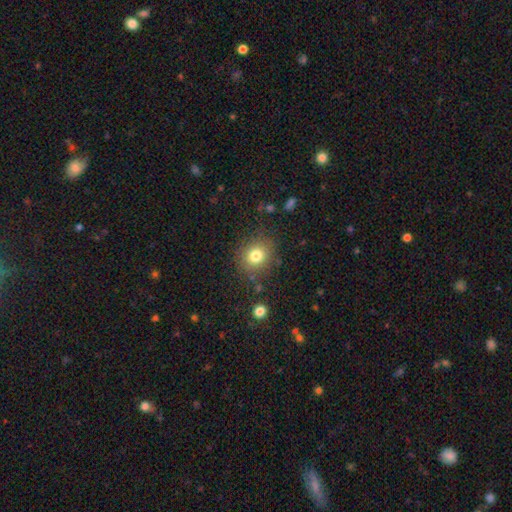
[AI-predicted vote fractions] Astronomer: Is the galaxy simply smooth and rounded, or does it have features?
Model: smooth — 78%.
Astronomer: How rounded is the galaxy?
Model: round — 79%.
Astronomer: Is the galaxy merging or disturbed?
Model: none — 83%.